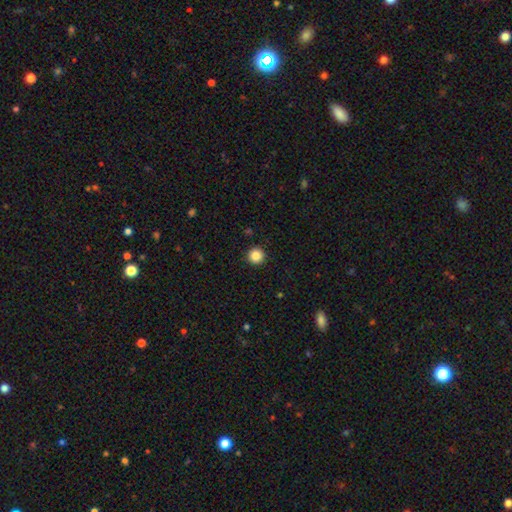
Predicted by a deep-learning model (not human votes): Morphology: type=smooth (85%); roundness=round (96%); merging=none (93%).